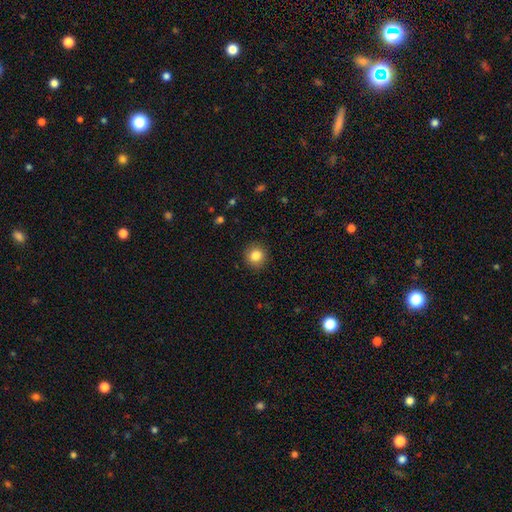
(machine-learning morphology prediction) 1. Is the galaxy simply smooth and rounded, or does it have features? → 84% smooth, 10% star or artifact, 6% featured or disk.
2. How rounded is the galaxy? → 91% round, 8% in between, 1% cigar-shaped.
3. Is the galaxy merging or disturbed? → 91% none, 6% minor disturbance, 2% major disturbance, 1% merger.